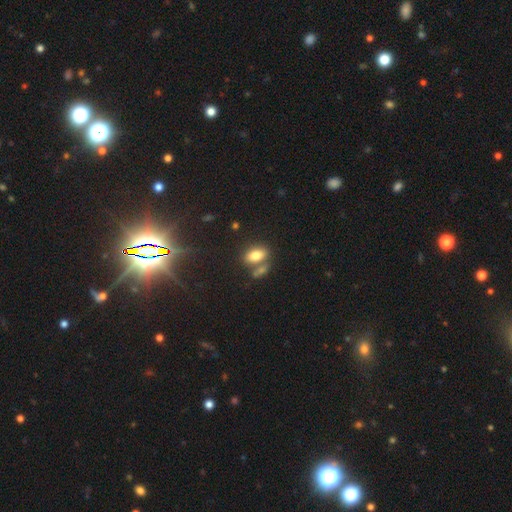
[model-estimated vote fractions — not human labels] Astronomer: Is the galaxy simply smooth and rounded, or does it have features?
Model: smooth — 79%.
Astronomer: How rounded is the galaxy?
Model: in between — 86%.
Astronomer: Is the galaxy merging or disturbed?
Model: none — 55% (runner-up: merger, 30%).